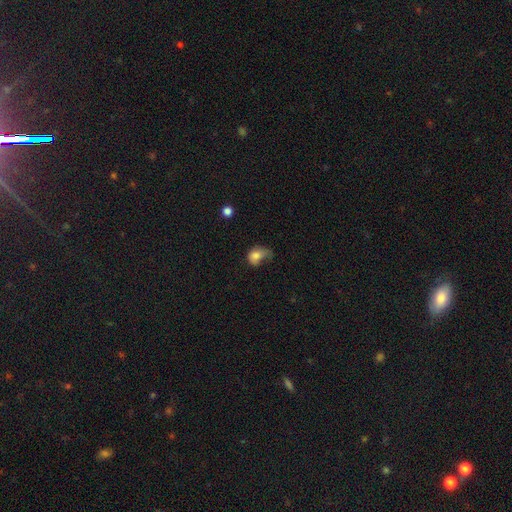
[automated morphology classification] A smooth galaxy with no disk features (74%) that is in between round and cigar-shaped (65%).

Vote fractions:
- Smooth or featured? smooth: 74% / featured or disk: 16% / star or artifact: 10%
- How rounded? in between: 65% / round: 34% / cigar-shaped: 1%
- Merging? major disturbance: 45% / minor disturbance: 29% / none: 21% / merger: 5%